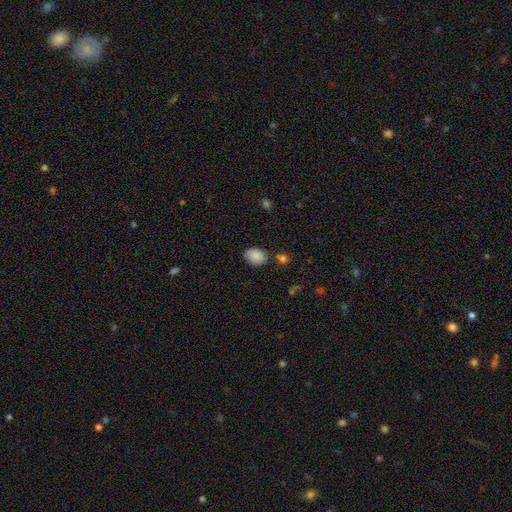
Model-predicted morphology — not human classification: This appears to be a smooth galaxy with no disk features (86%) that is in between round and cigar-shaped (71%). Merging: none (73%).